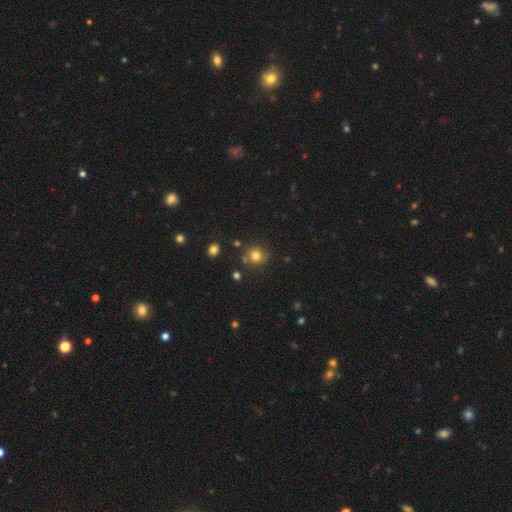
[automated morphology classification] type=smooth (78%); roundness=round (88%); merging=none (78%).